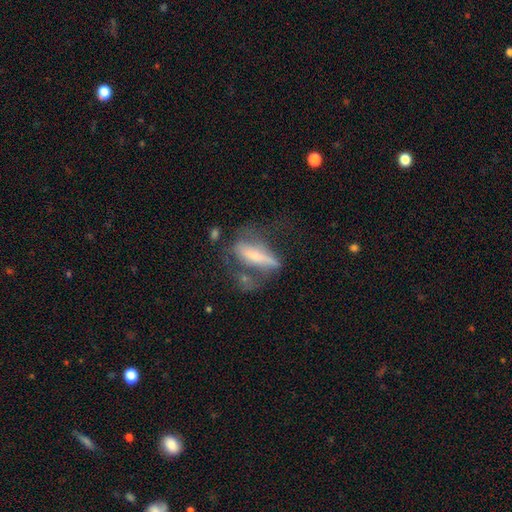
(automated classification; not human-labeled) Smooth or featured?
  - featured or disk: 51% *
  - smooth: 40%
  - star or artifact: 9%
Edge-on disk?
  - no: 54% *
  - yes: 46%
Merging?
  - major disturbance: 36% *
  - none: 32%
  - minor disturbance: 20%
  - merger: 12%